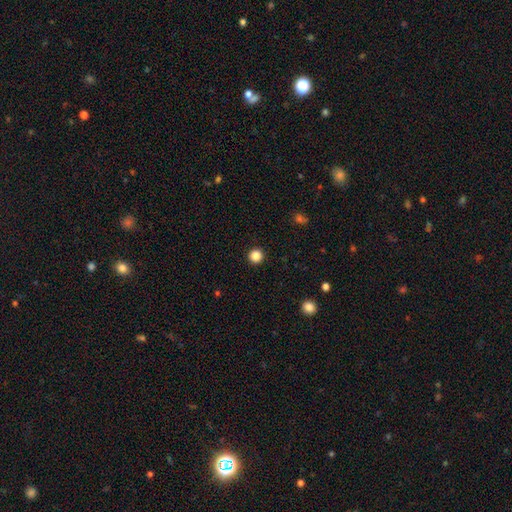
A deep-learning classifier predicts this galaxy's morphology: Smooth or featured: smooth — 86% (star or artifact — 11%)
How rounded: round — 96% (in between — 3%)
Merging: none — 93% (minor disturbance — 4%)